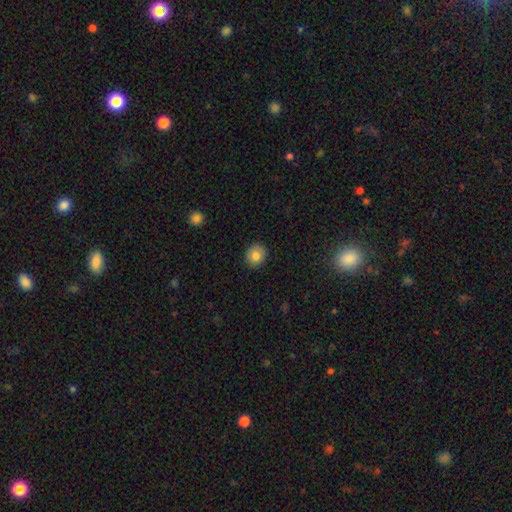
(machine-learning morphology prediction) Smooth or featured? smooth (81%)
How rounded? round (81%)
Merging? none (90%)